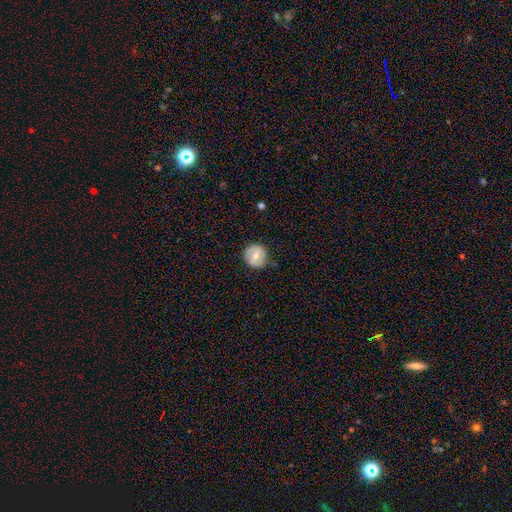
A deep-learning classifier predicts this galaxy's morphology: smooth 59%, featured or disk 34%, star or artifact 7%. Down the decision tree: how rounded — round (91%); merging — none (82%).